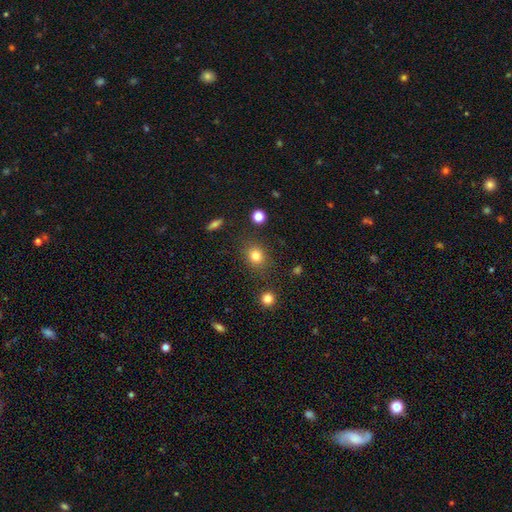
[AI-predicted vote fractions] Morphology: type=smooth (81%); roundness=round (73%); merging=none (85%).